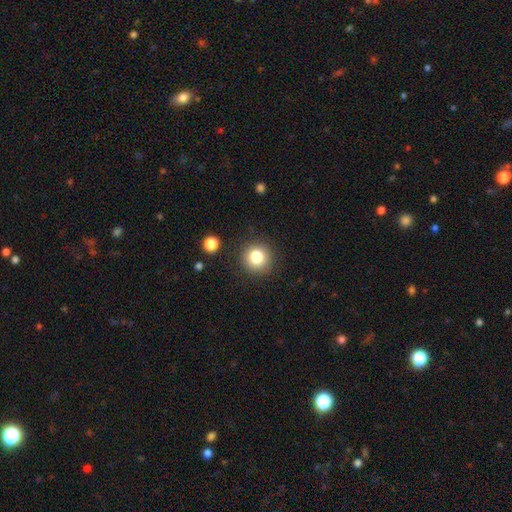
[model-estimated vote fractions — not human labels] smooth-or-featured: smooth: 81% | star or artifact: 12% | featured or disk: 7%
  how-rounded: round: 93% | in between: 6% | cigar-shaped: 1%
  merging: none: 88% | minor disturbance: 7% | major disturbance: 3% | merger: 2%